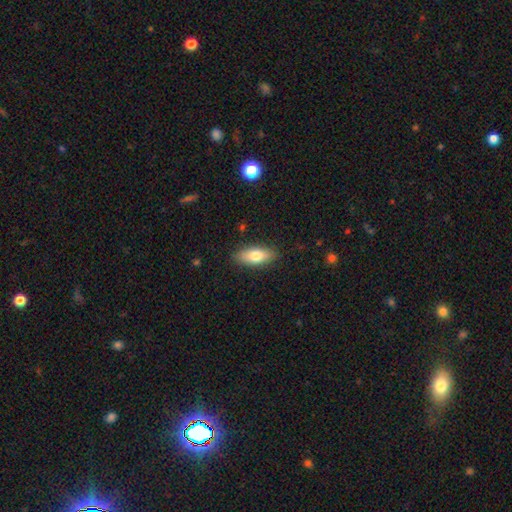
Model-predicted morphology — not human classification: Q: Smooth or featured?
A: smooth (76%); runner-up: featured or disk (17%)
Q: How rounded?
A: in between (79%); runner-up: cigar-shaped (19%)
Q: Merging?
A: none (87%); runner-up: minor disturbance (10%)